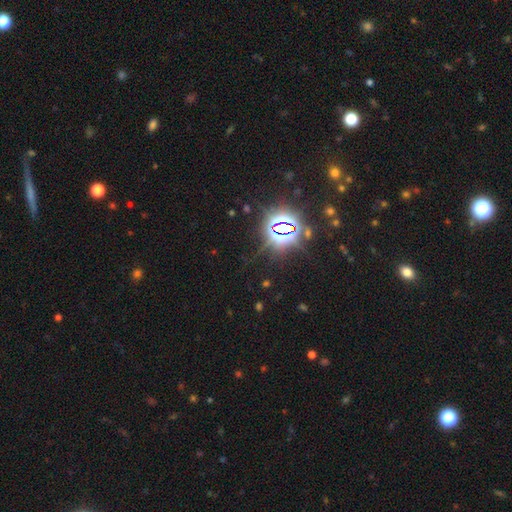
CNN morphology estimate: Smooth or featured? star or artifact (81%)